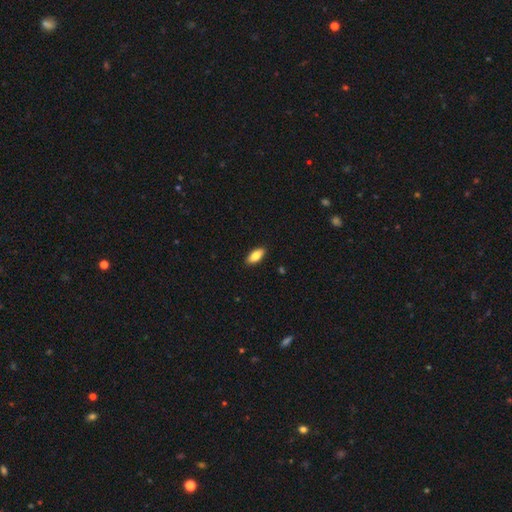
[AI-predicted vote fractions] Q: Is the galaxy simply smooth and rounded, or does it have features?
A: smooth — 85%.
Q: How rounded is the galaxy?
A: in between — 88%.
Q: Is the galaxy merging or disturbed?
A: none — 90%.